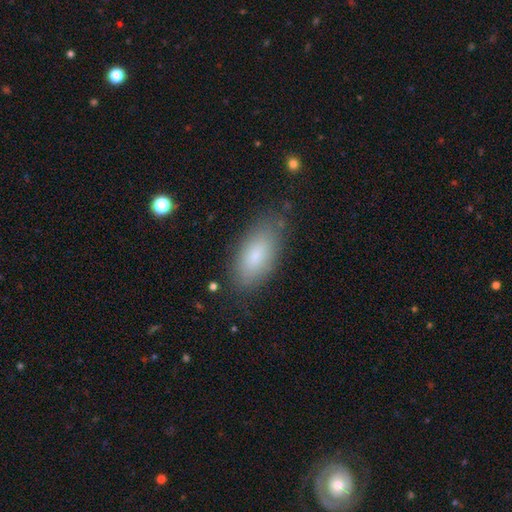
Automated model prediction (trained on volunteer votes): The model was most divided on "merging": none: 80%, minor disturbance: 14%, major disturbance: 4%, merger: 2%. More confident: how rounded — in between (88%); smooth or featured — smooth (80%).